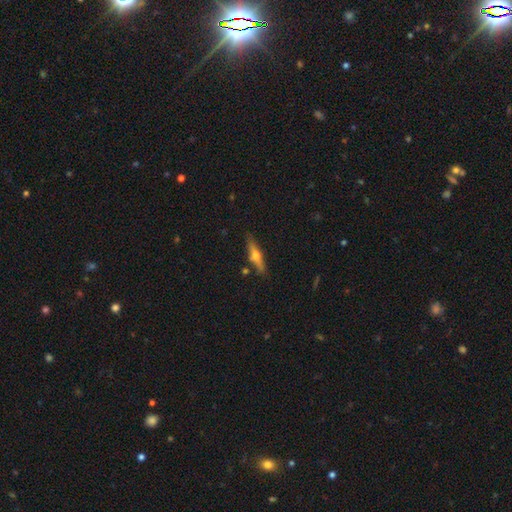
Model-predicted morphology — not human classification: Q: Smooth or featured?
A: featured or disk (58%); runner-up: smooth (36%)
Q: Edge-on disk?
A: yes (94%); runner-up: no (6%)
Q: Edge-on bulge?
A: rounded (93%); runner-up: none (4%)
Q: Merging?
A: none (82%); runner-up: minor disturbance (12%)